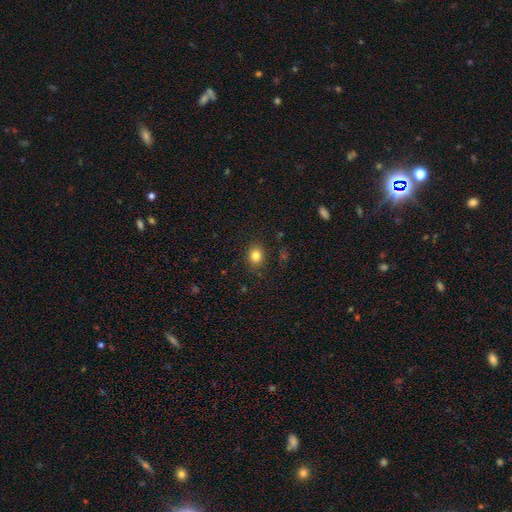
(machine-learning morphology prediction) Overall: smooth (83%). How rounded: round (51%; in between 48%). Merging: none (86%).